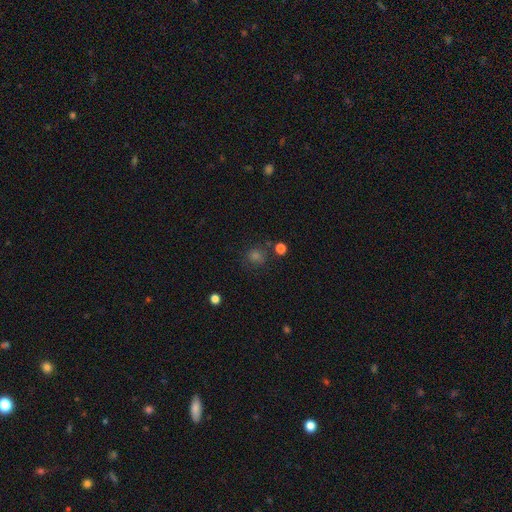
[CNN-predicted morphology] Smooth or featured? smooth (57%)
How rounded? round (87%)
Merging? none (79%)